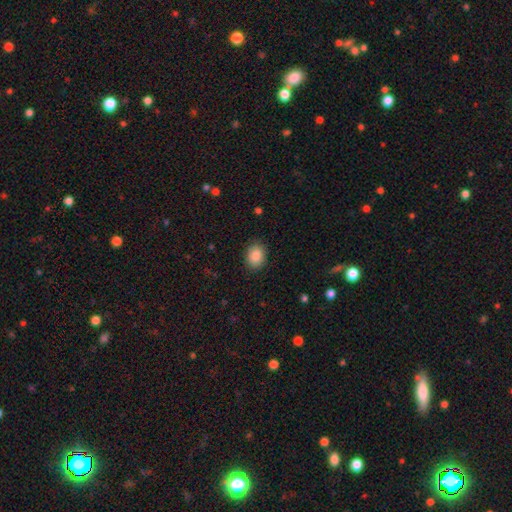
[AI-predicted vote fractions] smooth-or-featured: smooth: 87% | star or artifact: 8% | featured or disk: 5%
  how-rounded: in between: 61% | round: 38% | cigar-shaped: 1%
  merging: none: 88% | minor disturbance: 9% | major disturbance: 2% | merger: 1%